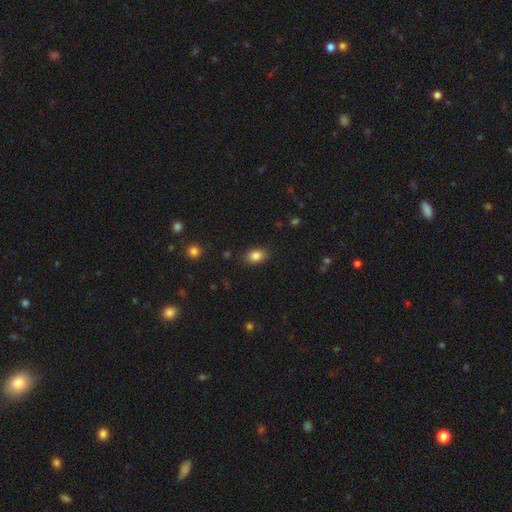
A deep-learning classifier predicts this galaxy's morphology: Smooth or featured? Predicted: smooth (p=0.85). How rounded? Predicted: in between (p=0.75). Merging? Predicted: none (p=0.85).